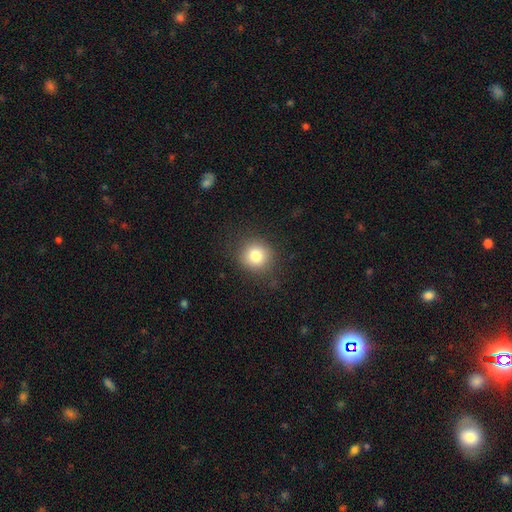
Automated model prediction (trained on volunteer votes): Overall: smooth (81%). How rounded: round (88%). Merging: none (85%).